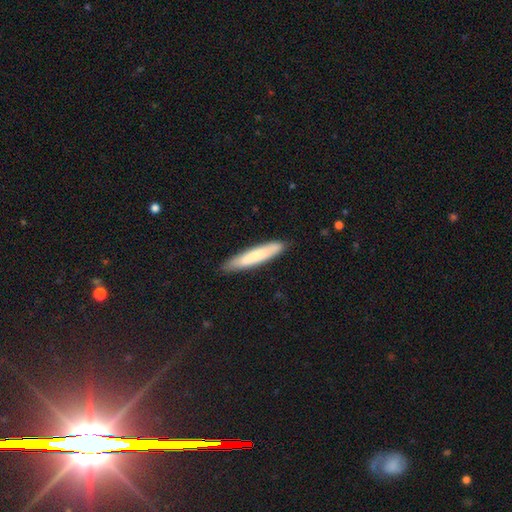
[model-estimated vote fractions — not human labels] The model was most divided on "smooth or featured": smooth: 74%, featured or disk: 21%, star or artifact: 5%. More confident: how rounded — cigar-shaped (88%); merging — none (86%).